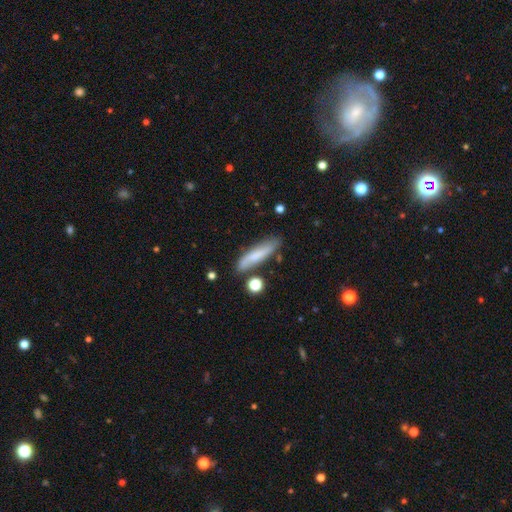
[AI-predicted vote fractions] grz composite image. It shows a smooth galaxy with no disk features (62%) that is cigar-shaped (80%). Merging: none (76%).